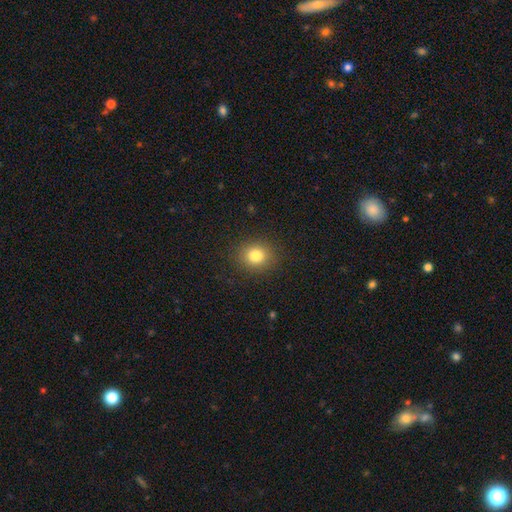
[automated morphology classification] smooth_or_featured: smooth (p=0.81) [alt: star or artifact p=0.12]
how_rounded: round (p=0.73) [alt: in between p=0.26]
merging: none (p=0.88) [alt: minor disturbance p=0.08]